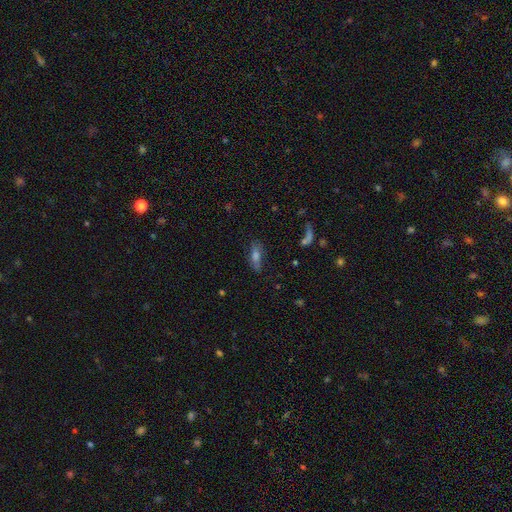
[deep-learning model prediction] This is possibly a smooth galaxy (57%). How rounded: possibly in between (59%). Merging: likely none (75%).